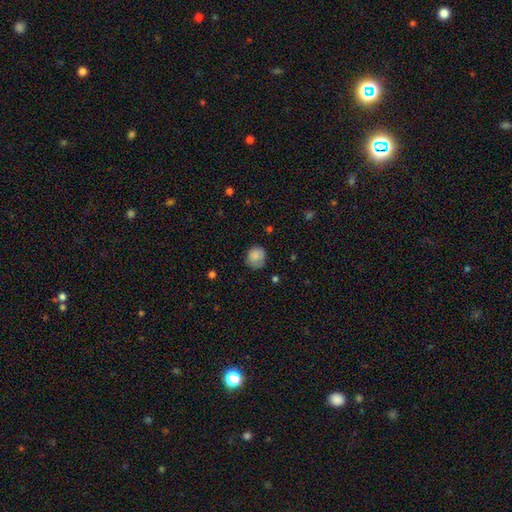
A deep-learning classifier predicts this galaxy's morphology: The model was most divided on "merging": none: 70%, minor disturbance: 24%, major disturbance: 5%, merger: 1%. More confident: smooth or featured — smooth (84%); how rounded — round (76%).